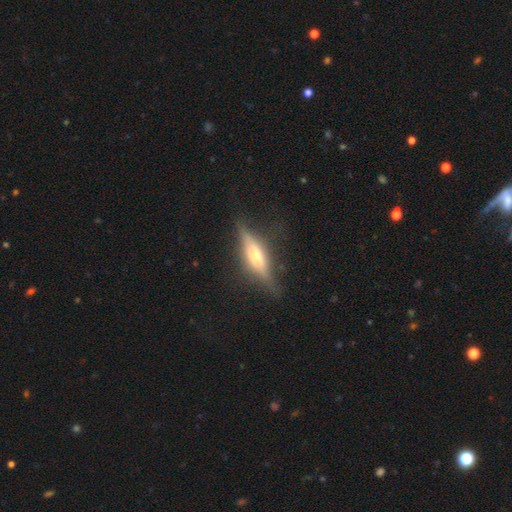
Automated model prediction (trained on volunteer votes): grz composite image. It shows a featured or disk galaxy (65%) viewed edge-on (92%) with a rounded central bulge (74%). Merging: none (77%).